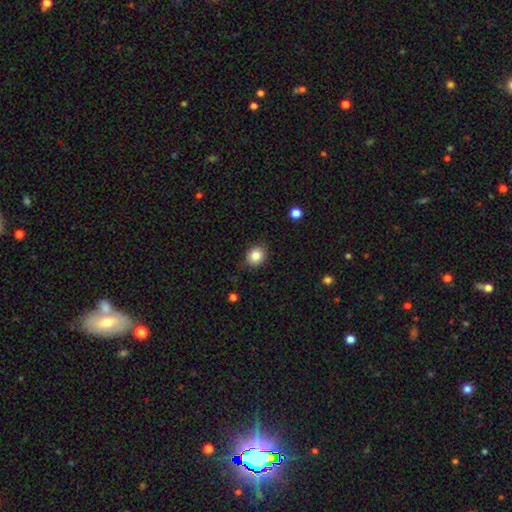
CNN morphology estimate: smooth-or-featured: smooth: 85% | star or artifact: 10% | featured or disk: 5%
  how-rounded: round: 70% | in between: 30% | cigar-shaped: 1%
  merging: none: 86% | minor disturbance: 11% | major disturbance: 3% | merger: 1%